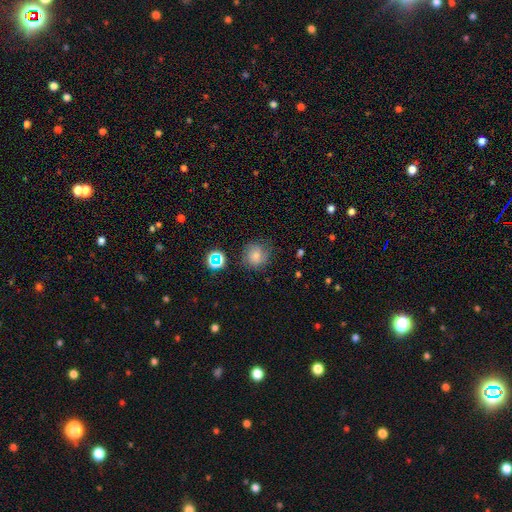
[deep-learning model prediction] Q: Smooth or featured?
A: smooth (66%); runner-up: featured or disk (18%)
Q: How rounded?
A: round (86%); runner-up: in between (13%)
Q: Merging?
A: none (72%); runner-up: minor disturbance (19%)